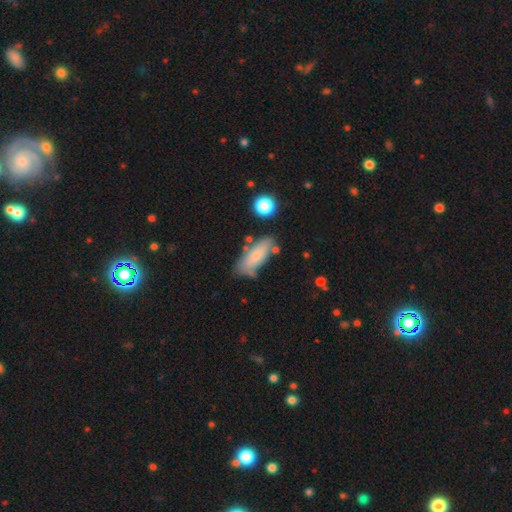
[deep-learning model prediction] Smooth or featured? Predicted: smooth (p=0.73). How rounded? Predicted: in between (p=0.73). Merging? Predicted: none (p=0.65).